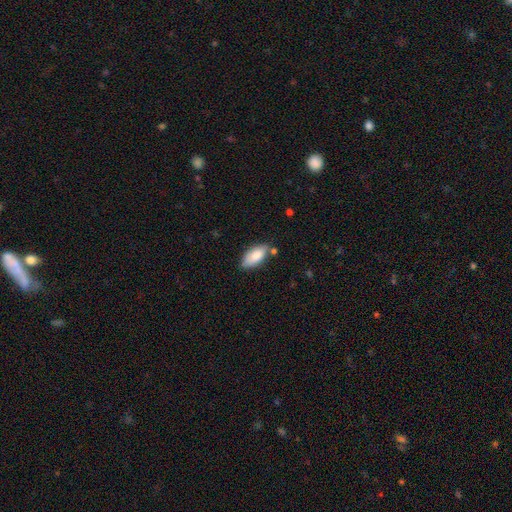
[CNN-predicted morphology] smooth_or_featured: smooth (p=0.84) [alt: featured or disk p=0.10]
how_rounded: in between (p=0.89) [alt: cigar-shaped p=0.09]
merging: none (p=0.69) [alt: minor disturbance p=0.20]